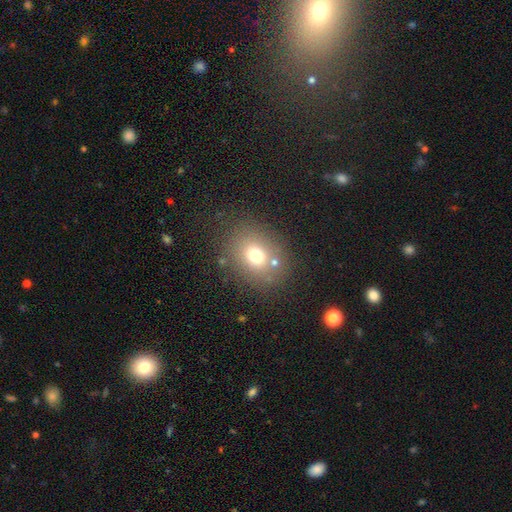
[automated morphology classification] This is likely a smooth galaxy (69%). How rounded: possibly round (55%). Merging: likely none (76%).